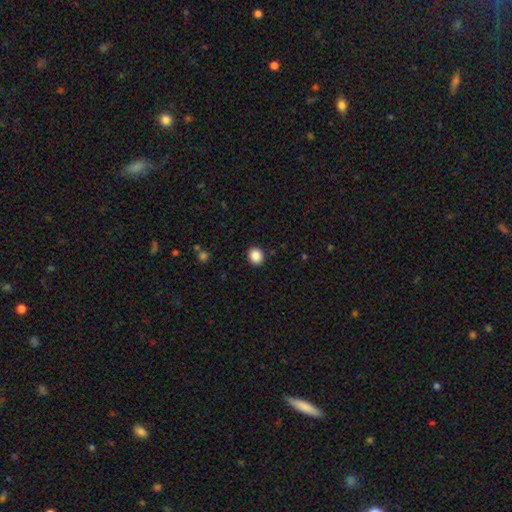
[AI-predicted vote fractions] Smooth or featured? smooth (87%)
How rounded? round (84%)
Merging? none (91%)